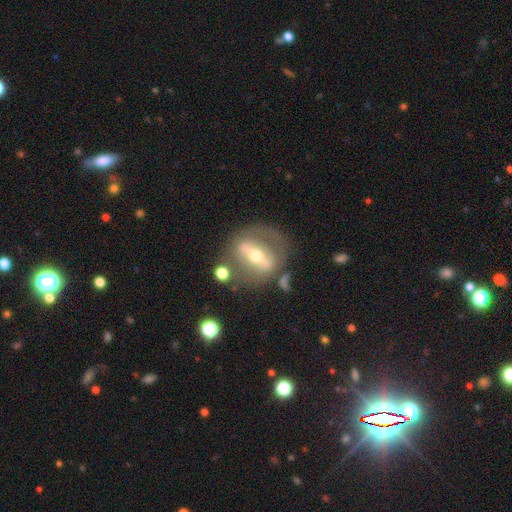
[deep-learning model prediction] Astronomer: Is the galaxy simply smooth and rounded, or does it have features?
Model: featured or disk — 73%.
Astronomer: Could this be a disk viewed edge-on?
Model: no — 76%.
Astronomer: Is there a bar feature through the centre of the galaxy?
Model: strong — 72%.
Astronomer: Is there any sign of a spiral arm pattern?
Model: no — 69%.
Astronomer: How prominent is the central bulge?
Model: moderate — 63%.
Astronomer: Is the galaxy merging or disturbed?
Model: none — 62%.